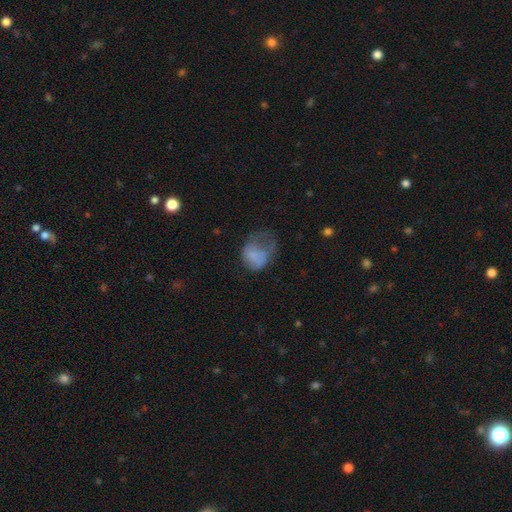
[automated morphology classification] Overall: smooth (68%). How rounded: in between (56%; round 43%). Merging: major disturbance (53%; minor disturbance 25%).